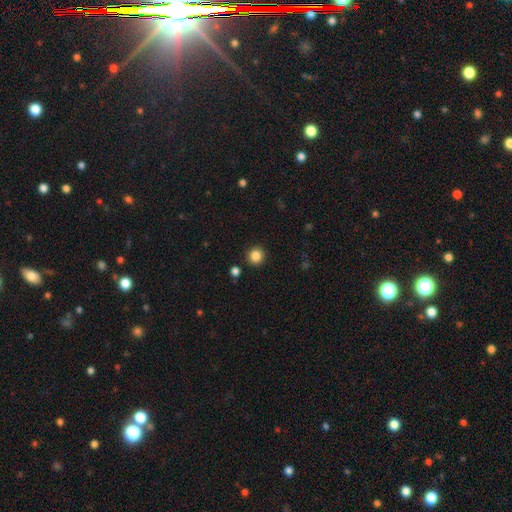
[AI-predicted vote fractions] Smooth or featured: smooth — 85% (star or artifact — 11%)
How rounded: round — 94% (in between — 5%)
Merging: none — 92% (minor disturbance — 5%)